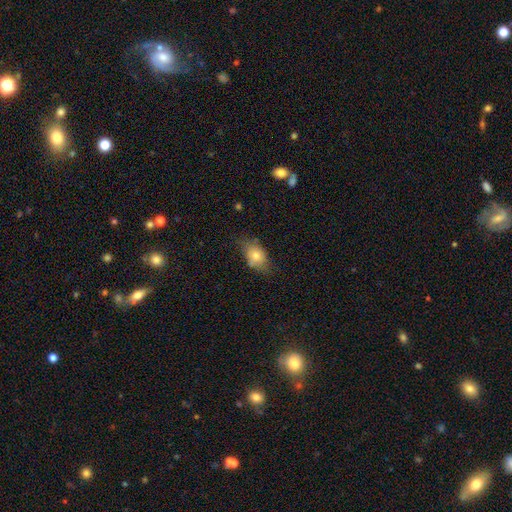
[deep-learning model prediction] This appears to be a smooth galaxy with no disk features (73%) that is in between round and cigar-shaped (79%). Merging: none (62%).